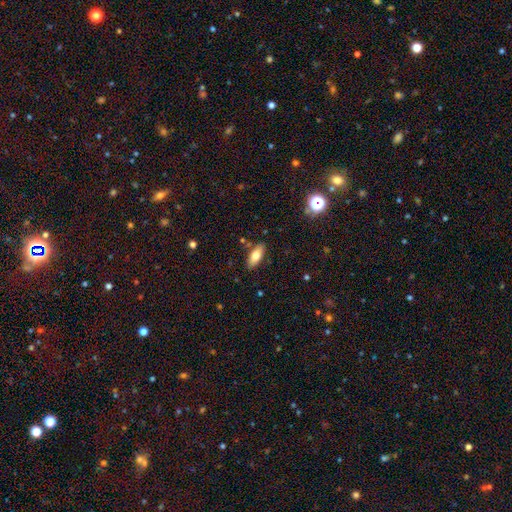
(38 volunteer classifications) Smooth or featured: smooth — 66% (featured or disk — 29%)
How rounded: in between — 80% (cigar-shaped — 16%)
Merging: none — 92% (merger — 6%)